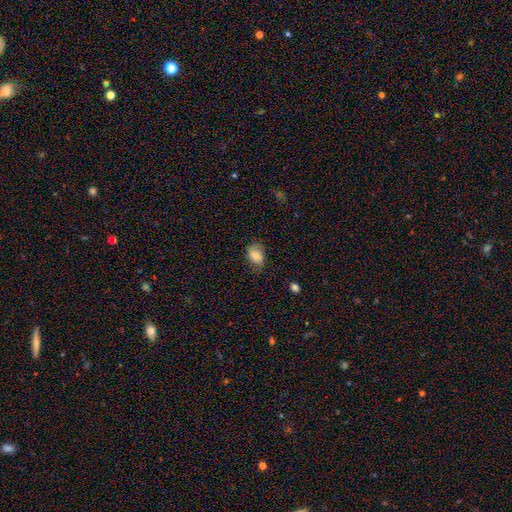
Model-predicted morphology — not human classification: Smooth or featured? smooth (75%)
How rounded? in between (81%)
Merging? none (63%)